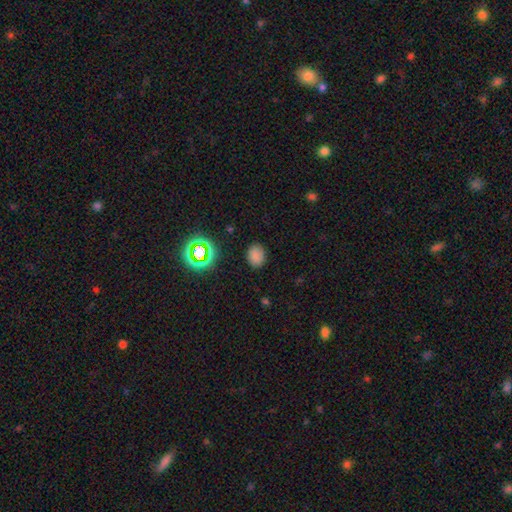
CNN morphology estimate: Smooth or featured: smooth — 76% (star or artifact — 18%)
How rounded: in between — 58% (round — 40%)
Merging: none — 85% (minor disturbance — 11%)